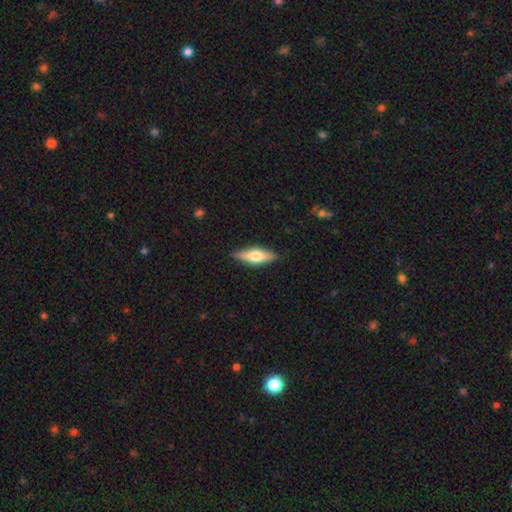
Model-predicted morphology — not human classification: type=featured or disk (48%); merging=none (87%).